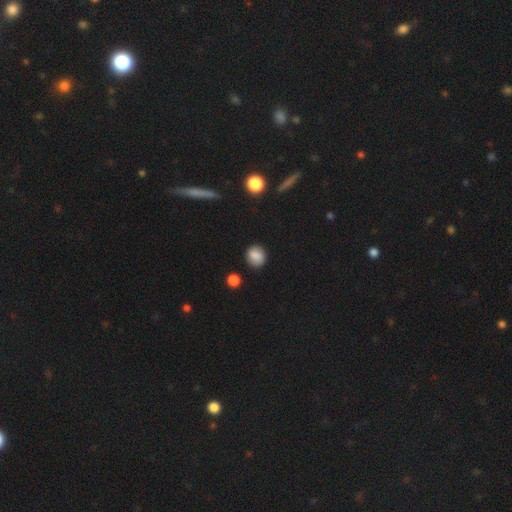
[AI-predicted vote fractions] smooth-or-featured: smooth: 84% | star or artifact: 9% | featured or disk: 7%
  how-rounded: round: 74% | in between: 25% | cigar-shaped: 1%
  merging: none: 87% | minor disturbance: 9% | major disturbance: 2% | merger: 2%